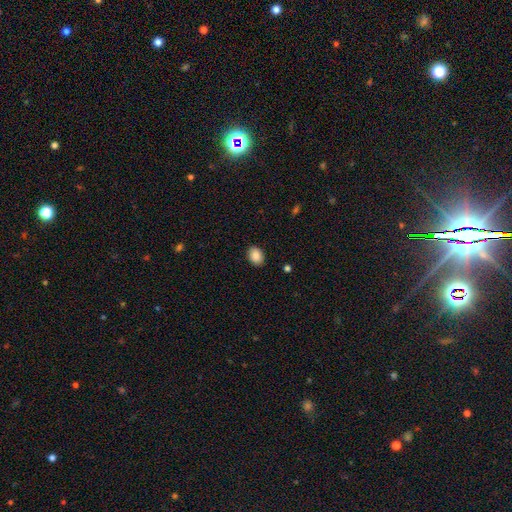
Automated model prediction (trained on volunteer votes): Q: Smooth or featured?
A: smooth (89%); runner-up: star or artifact (8%)
Q: How rounded?
A: in between (70%); runner-up: round (29%)
Q: Merging?
A: none (89%); runner-up: minor disturbance (8%)